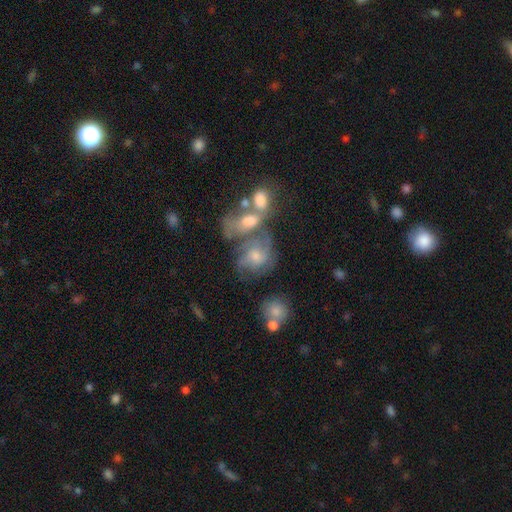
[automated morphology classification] A featured or disk galaxy (51%). Merging: merger (49%).